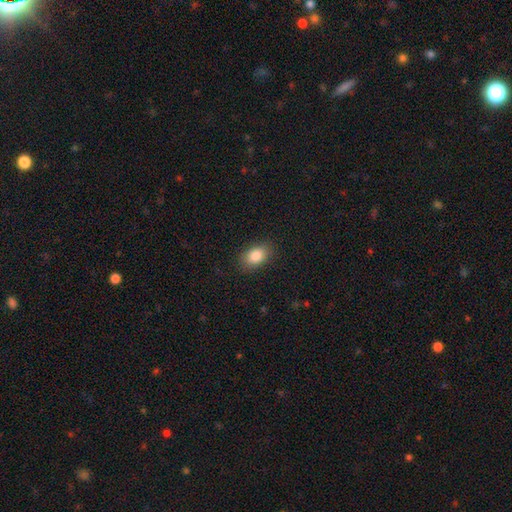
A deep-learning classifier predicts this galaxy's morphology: A smooth galaxy with no disk features (85%) that is in between round and cigar-shaped (86%).

Vote fractions:
- Smooth or featured? smooth: 85% / star or artifact: 8% / featured or disk: 7%
- How rounded? in between: 86% / round: 12% / cigar-shaped: 2%
- Merging? none: 85% / minor disturbance: 11% / major disturbance: 3% / merger: 1%